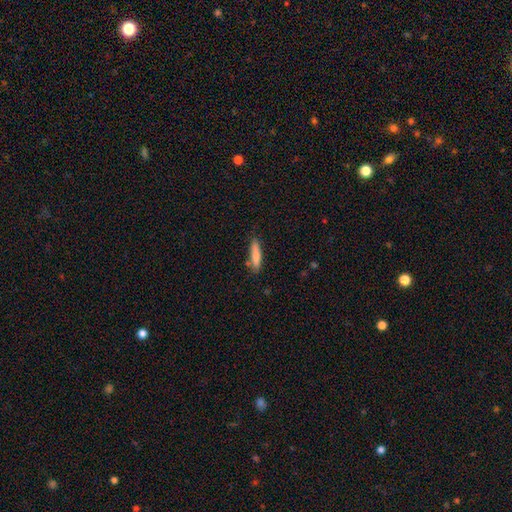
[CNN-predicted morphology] type=smooth (80%); roundness=cigar-shaped (79%); merging=none (80%).